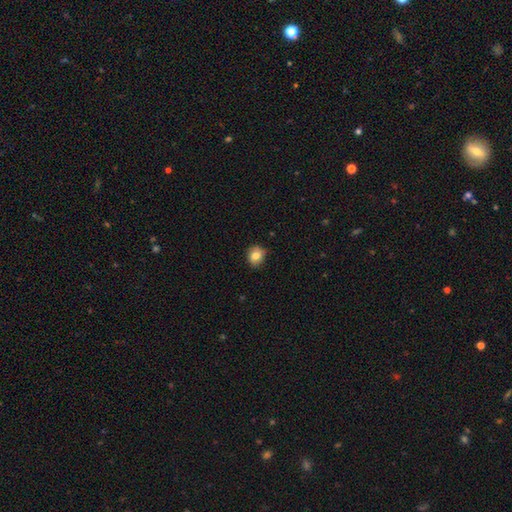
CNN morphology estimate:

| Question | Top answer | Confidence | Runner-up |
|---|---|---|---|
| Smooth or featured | smooth | 80% | featured or disk (11%) |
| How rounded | round | 69% | in between (30%) |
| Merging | none | 79% | minor disturbance (17%) |